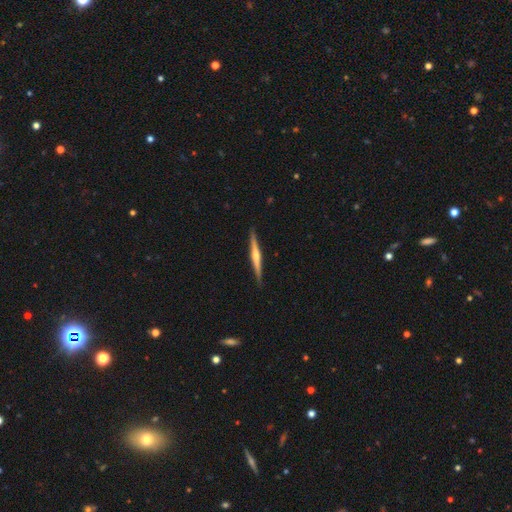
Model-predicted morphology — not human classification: smooth_or_featured: featured or disk (p=0.74) [alt: smooth p=0.21]
disk_edge_on: yes (p=0.98) [alt: no p=0.02]
edge_on_bulge: rounded (p=0.82) [alt: none p=0.12]
merging: none (p=0.91) [alt: minor disturbance p=0.07]